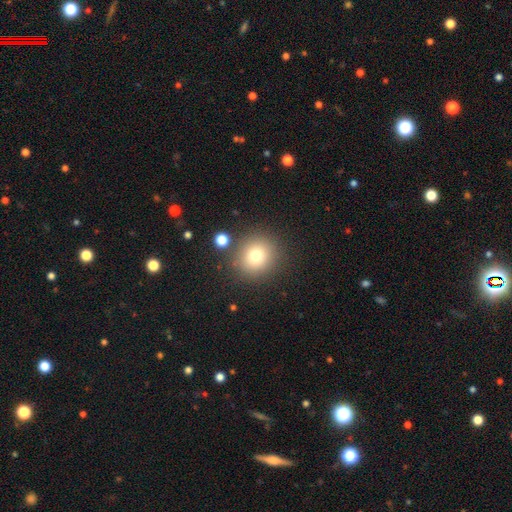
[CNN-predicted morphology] smooth_or_featured: smooth (p=0.76) [alt: star or artifact p=0.14]
how_rounded: round (p=0.89) [alt: in between p=0.10]
merging: none (p=0.84) [alt: minor disturbance p=0.08]